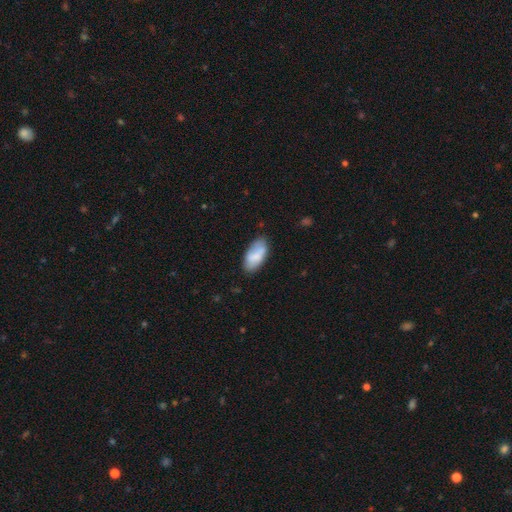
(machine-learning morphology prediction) Smooth or featured? smooth (74%)
How rounded? in between (92%)
Merging? none (68%)